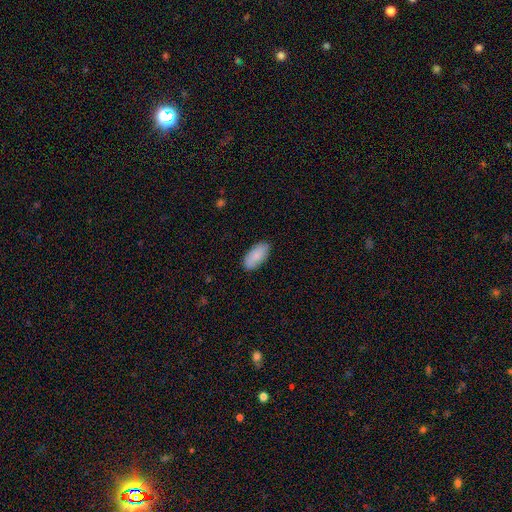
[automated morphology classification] Smooth or featured: smooth — 86% (featured or disk — 9%)
How rounded: in between — 94% (cigar-shaped — 4%)
Merging: none — 85% (minor disturbance — 12%)